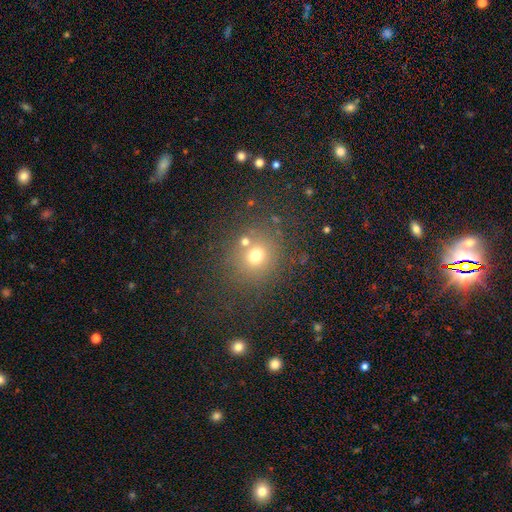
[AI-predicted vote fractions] Smooth or featured? smooth (68%)
How rounded? round (81%)
Merging? none (72%)